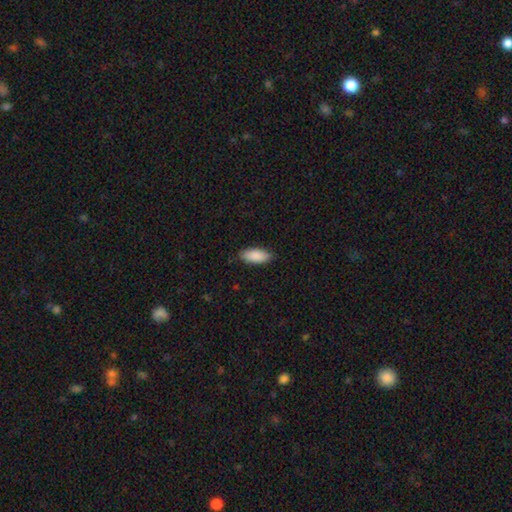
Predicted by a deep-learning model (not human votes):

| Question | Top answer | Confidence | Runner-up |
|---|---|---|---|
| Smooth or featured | smooth | 89% | star or artifact (6%) |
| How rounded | in between | 86% | cigar-shaped (12%) |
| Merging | none | 86% | minor disturbance (11%) |